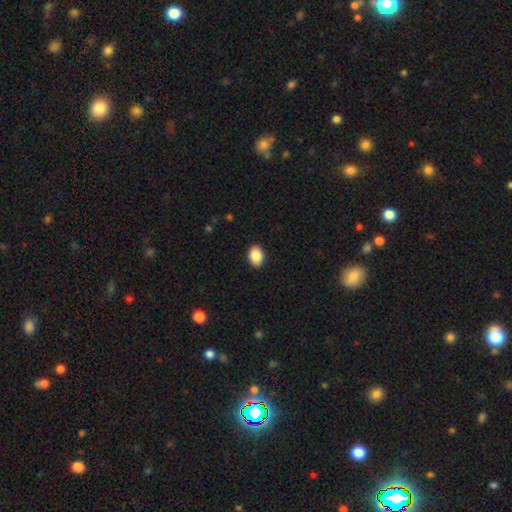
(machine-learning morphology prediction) type=smooth (89%); roundness=in between (77%); merging=none (89%).